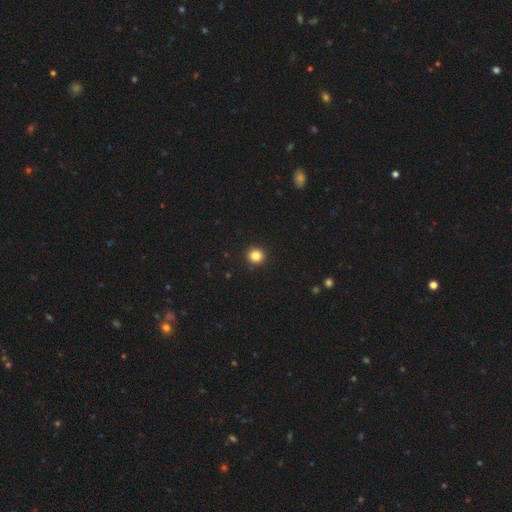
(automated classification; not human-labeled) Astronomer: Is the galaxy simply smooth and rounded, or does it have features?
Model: smooth — 84%.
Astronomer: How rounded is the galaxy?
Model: round — 94%.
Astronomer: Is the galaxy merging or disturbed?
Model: none — 93%.